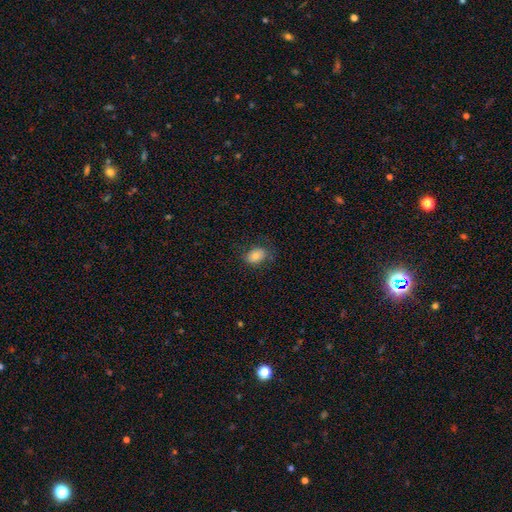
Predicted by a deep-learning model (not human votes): Overall: smooth (78%). How rounded: in between (81%). Merging: none (71%).